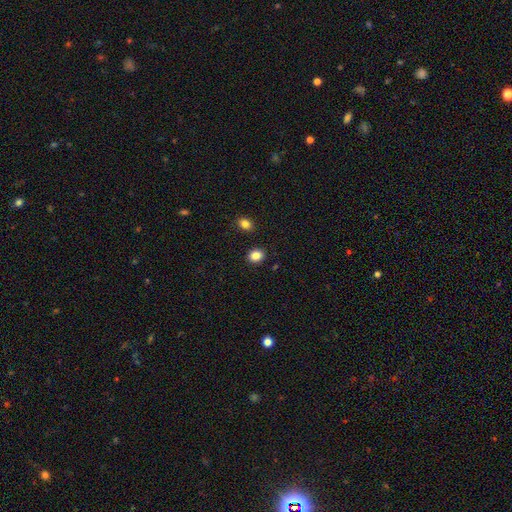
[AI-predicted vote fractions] Overall: smooth (86%). How rounded: round (63%; in between 36%). Merging: none (89%).